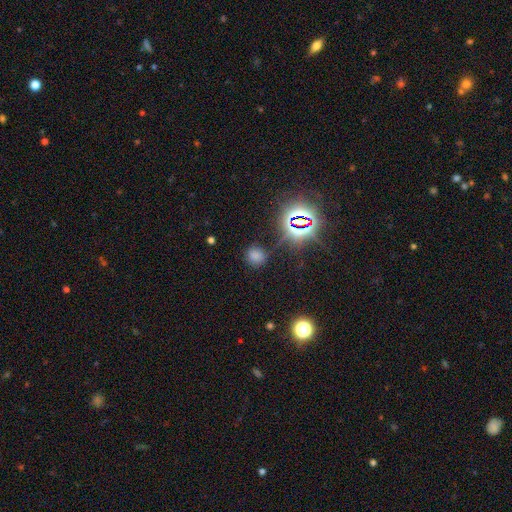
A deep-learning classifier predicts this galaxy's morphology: smooth-or-featured: smooth: 63% | star or artifact: 31% | featured or disk: 6%
  how-rounded: round: 84% | in between: 15% | cigar-shaped: 2%
  merging: none: 79% | minor disturbance: 13% | major disturbance: 5% | merger: 3%